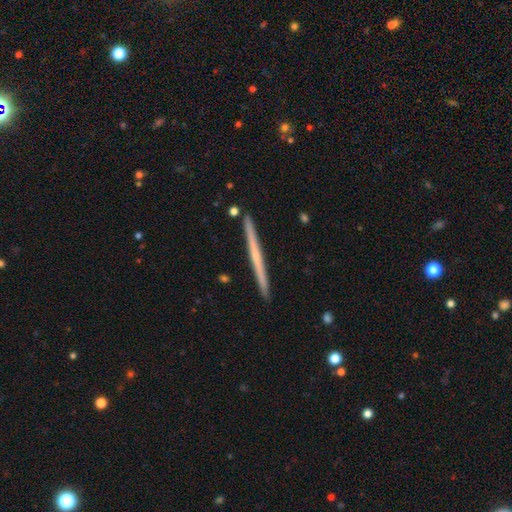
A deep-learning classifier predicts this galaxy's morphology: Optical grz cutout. It shows a featured or disk galaxy (58%) viewed edge-on (98%) with no central bulge (79%). Merging: none (92%).